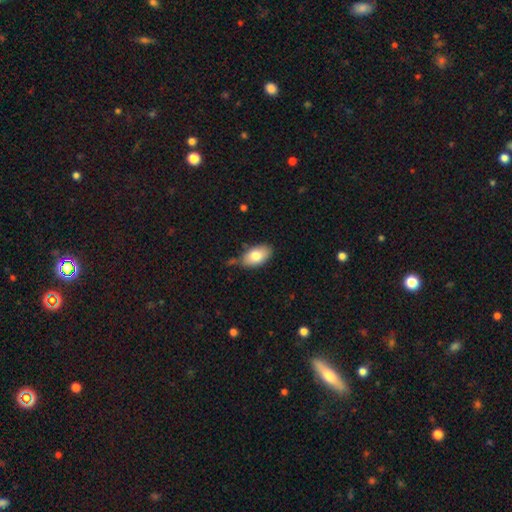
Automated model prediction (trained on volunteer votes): This appears to be a smooth galaxy with no disk features (79%) that is in between round and cigar-shaped (93%). Merging: none (70%).